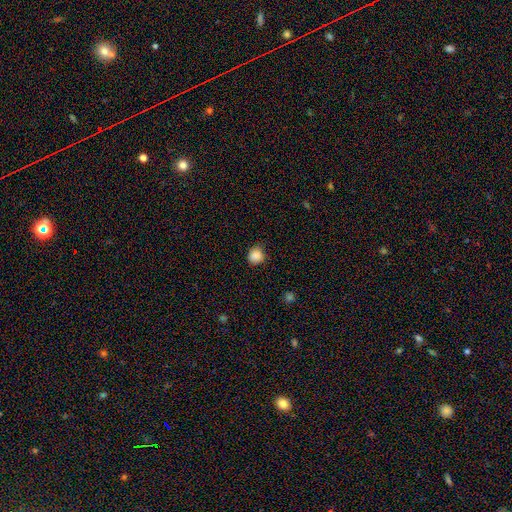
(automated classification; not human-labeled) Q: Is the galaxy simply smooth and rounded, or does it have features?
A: smooth — 87%.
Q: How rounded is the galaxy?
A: round — 83%.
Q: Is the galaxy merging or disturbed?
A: none — 81%.